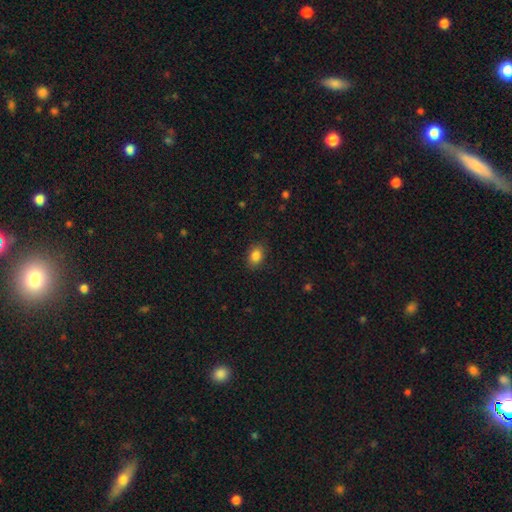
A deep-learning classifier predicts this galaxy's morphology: smooth 86%, star or artifact 9%, featured or disk 5%. Down the decision tree: how rounded — in between (80%); merging — none (86%).